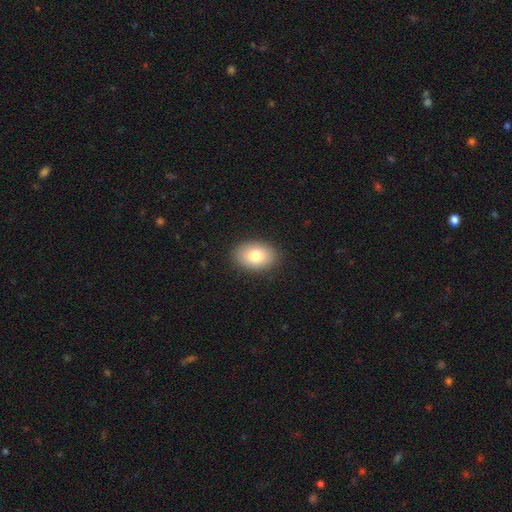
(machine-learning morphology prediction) smooth-or-featured: smooth: 80% | featured or disk: 12% | star or artifact: 8%
  how-rounded: in between: 78% | round: 21% | cigar-shaped: 1%
  merging: none: 89% | minor disturbance: 8% | major disturbance: 2% | merger: 1%